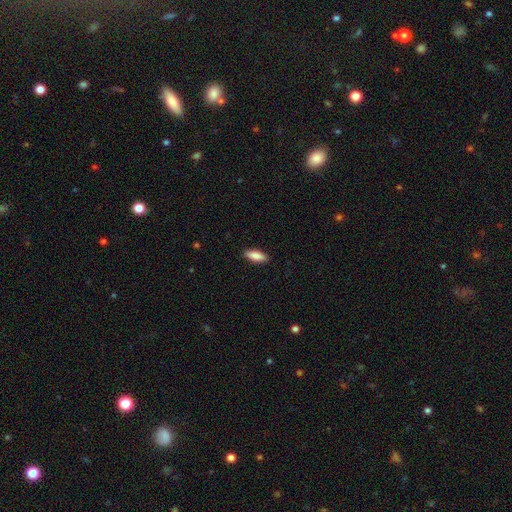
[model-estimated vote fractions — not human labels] This appears to be a smooth galaxy with no disk features (87%) that is in between round and cigar-shaped (66%). Merging: none (89%).